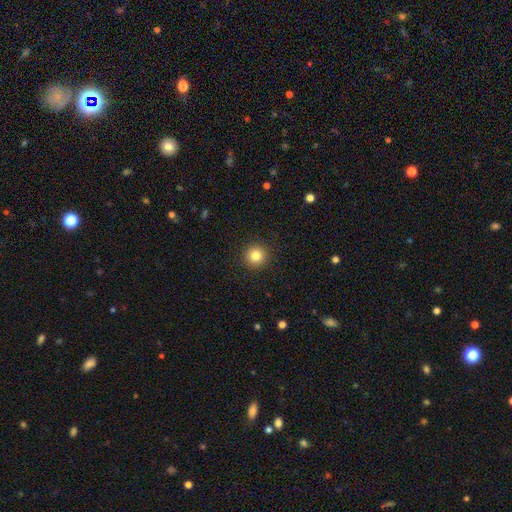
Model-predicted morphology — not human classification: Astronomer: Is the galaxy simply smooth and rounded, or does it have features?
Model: smooth — 83%.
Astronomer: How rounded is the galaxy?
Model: round — 95%.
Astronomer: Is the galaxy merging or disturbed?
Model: none — 92%.